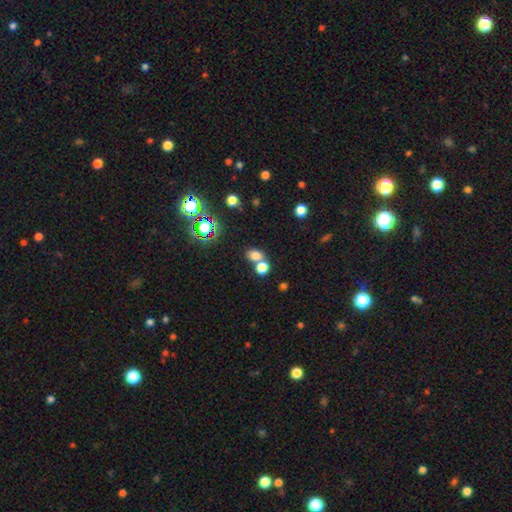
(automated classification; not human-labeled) Overall: smooth (74%). How rounded: in between (53%; round 46%). Merging: none (47%; merger 42%).